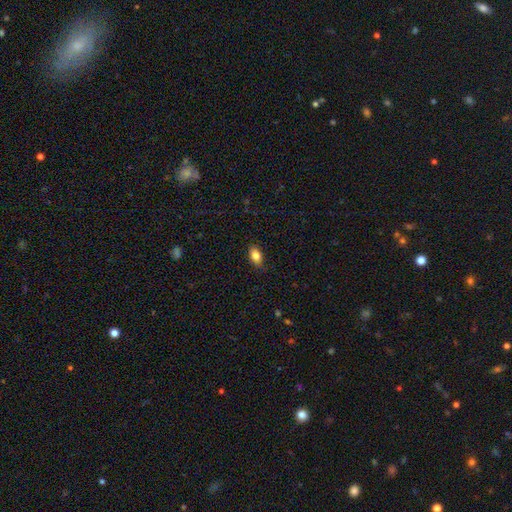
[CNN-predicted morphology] Smooth or featured? smooth (82%)
How rounded? in between (88%)
Merging? none (82%)